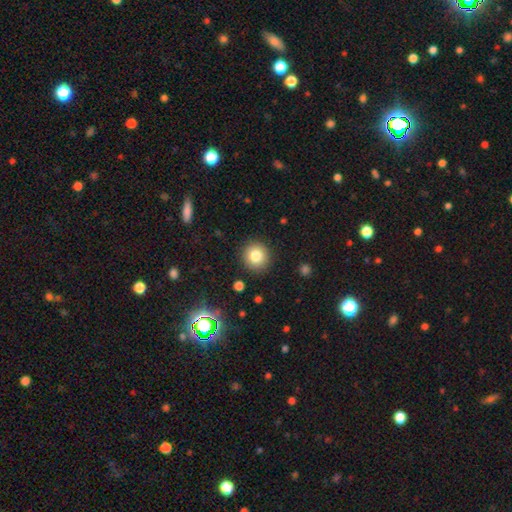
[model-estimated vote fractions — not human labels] A smooth galaxy with no disk features (81%) that is round (92%).

Vote fractions:
- Smooth or featured? smooth: 81% / star or artifact: 12% / featured or disk: 8%
- How rounded? round: 92% / in between: 7% / cigar-shaped: 1%
- Merging? none: 90% / minor disturbance: 6% / major disturbance: 2% / merger: 1%